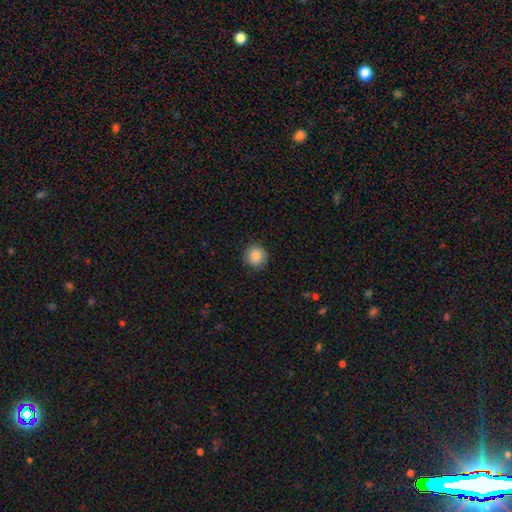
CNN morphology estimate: smooth_or_featured: smooth (p=0.87) [alt: star or artifact p=0.09]
how_rounded: round (p=0.94) [alt: in between p=0.05]
merging: none (p=0.89) [alt: minor disturbance p=0.08]